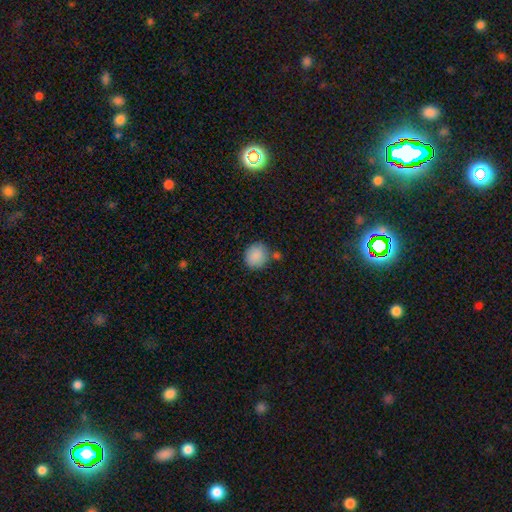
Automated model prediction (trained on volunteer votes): A smooth galaxy with no disk features (88%) that is round (85%). Merging: none (73%).